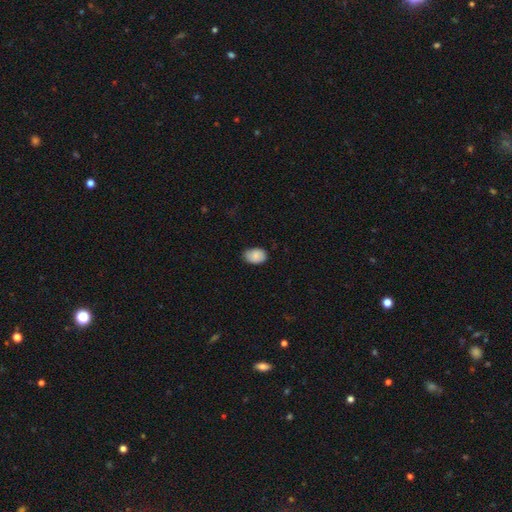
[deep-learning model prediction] Q: Smooth or featured?
A: smooth (86%); runner-up: featured or disk (8%)
Q: How rounded?
A: in between (84%); runner-up: round (15%)
Q: Merging?
A: none (76%); runner-up: minor disturbance (20%)